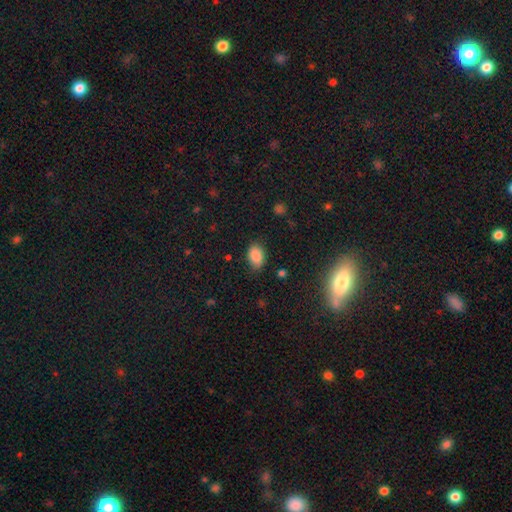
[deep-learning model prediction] Smooth or featured: smooth — 85% (star or artifact — 9%)
How rounded: in between — 84% (round — 15%)
Merging: none — 77% (minor disturbance — 18%)